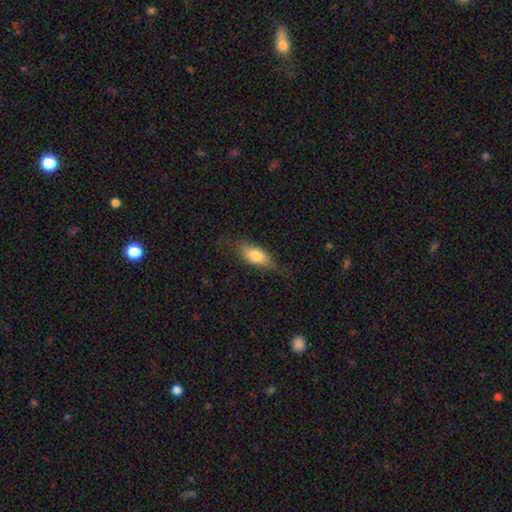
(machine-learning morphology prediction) This is likely a smooth galaxy (73%). How rounded: likely in between (76%). Merging: likely none (70%).